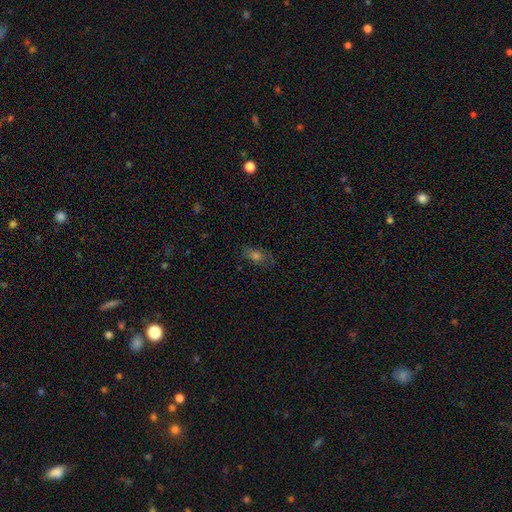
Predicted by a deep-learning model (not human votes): This appears to be a smooth galaxy with no disk features (51%) that is in between round and cigar-shaped (75%). Merging: none (77%).